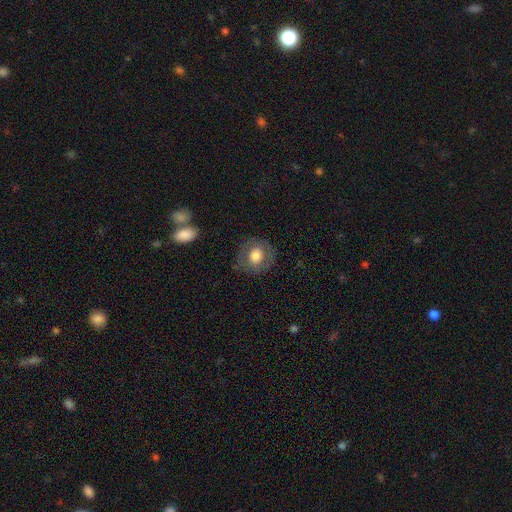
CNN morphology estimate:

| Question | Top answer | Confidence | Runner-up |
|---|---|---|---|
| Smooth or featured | smooth | 68% | featured or disk (24%) |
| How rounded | round | 82% | in between (17%) |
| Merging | none | 80% | minor disturbance (13%) |